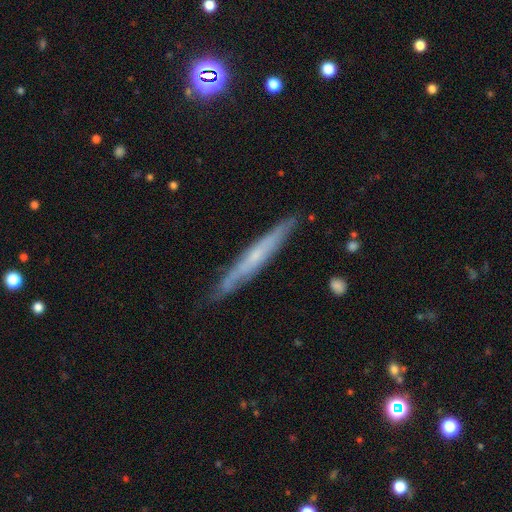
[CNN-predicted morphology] Overall: featured or disk (59%; smooth 34%). Edge-on disk: yes (89%). Edge-on bulge: none (63%; rounded 32%). Merging: none (84%).